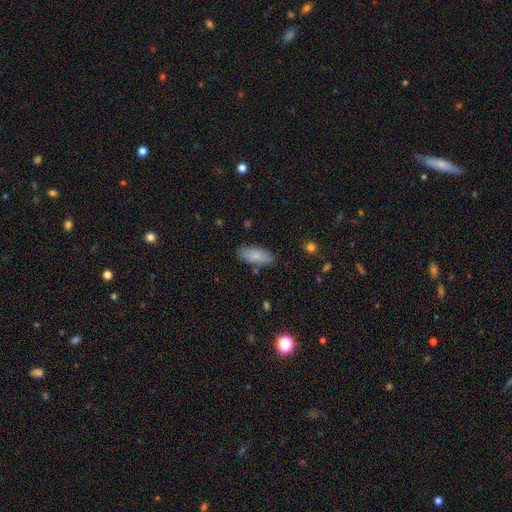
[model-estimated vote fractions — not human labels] Smooth or featured? Predicted: smooth (p=0.82). How rounded? Predicted: in between (p=0.83). Merging? Predicted: none (p=0.84).